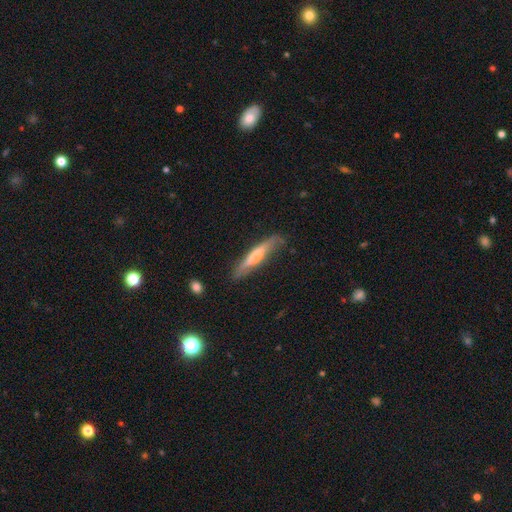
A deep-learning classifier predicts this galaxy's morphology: smooth-or-featured: smooth: 55% | featured or disk: 39% | star or artifact: 5%
  how-rounded: cigar-shaped: 89% | in between: 10% | round: 1%
  merging: none: 72% | minor disturbance: 20% | major disturbance: 5% | merger: 2%